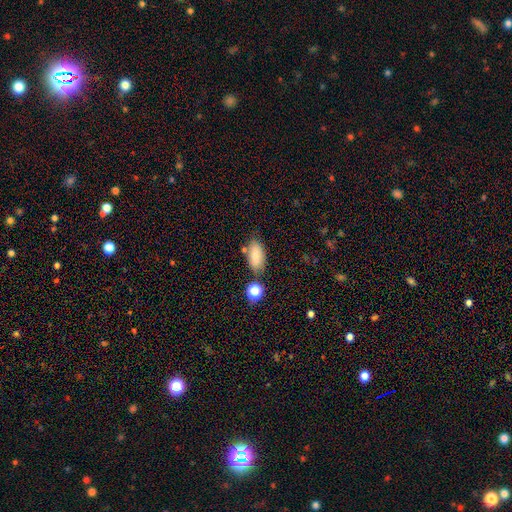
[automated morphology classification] Smooth or featured? Predicted: smooth (p=0.80). How rounded? Predicted: in between (p=0.90). Merging? Predicted: none (p=0.70).